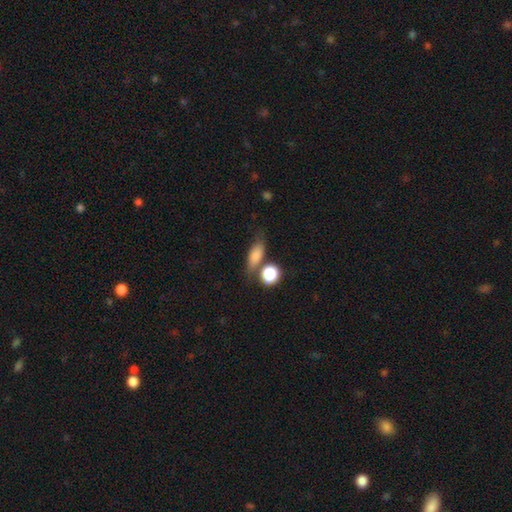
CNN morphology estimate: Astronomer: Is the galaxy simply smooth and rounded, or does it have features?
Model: smooth — 78%.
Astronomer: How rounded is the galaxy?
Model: in between — 61%.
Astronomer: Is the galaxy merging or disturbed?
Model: none — 58%.